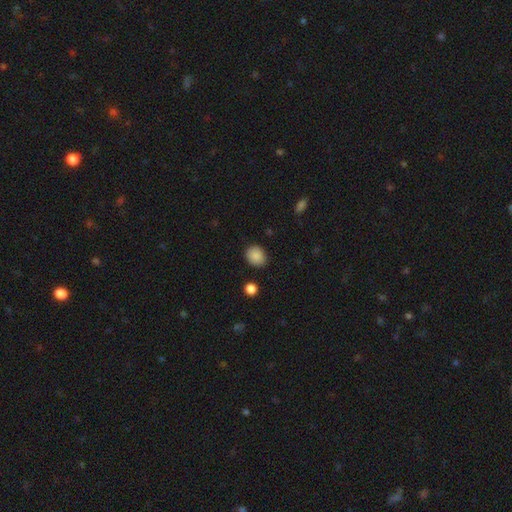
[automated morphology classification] Smooth or featured?
  - smooth: 88% *
  - star or artifact: 9%
  - featured or disk: 4%
How rounded?
  - round: 62% *
  - in between: 37%
  - cigar-shaped: 1%
Merging?
  - none: 86% *
  - minor disturbance: 10%
  - major disturbance: 3%
  - merger: 2%